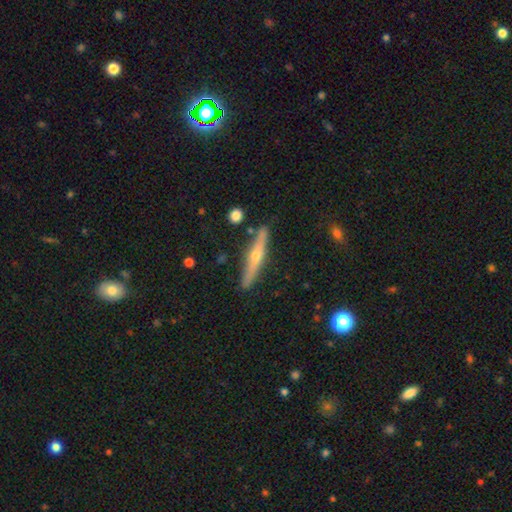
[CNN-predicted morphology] This is likely a featured or disk galaxy (68%). It is clearly viewed edge-on (96%). Edge-on bulge: clearly rounded (91%). Merging: clearly none (88%).